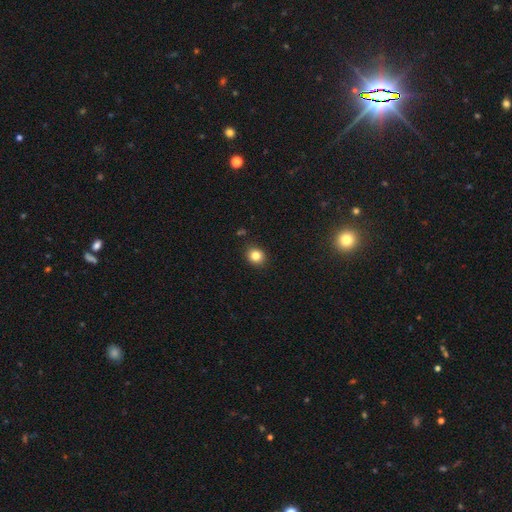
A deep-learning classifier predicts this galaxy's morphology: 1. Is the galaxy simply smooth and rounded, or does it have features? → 83% smooth, 12% star or artifact, 6% featured or disk.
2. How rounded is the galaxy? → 75% round, 24% in between, 1% cigar-shaped.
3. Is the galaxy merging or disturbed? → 89% none, 7% minor disturbance, 2% major disturbance, 2% merger.